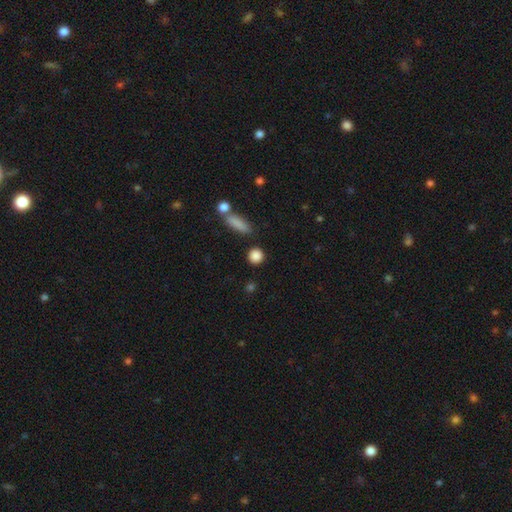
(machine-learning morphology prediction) Overall: smooth (87%). How rounded: round (85%). Merging: none (85%).